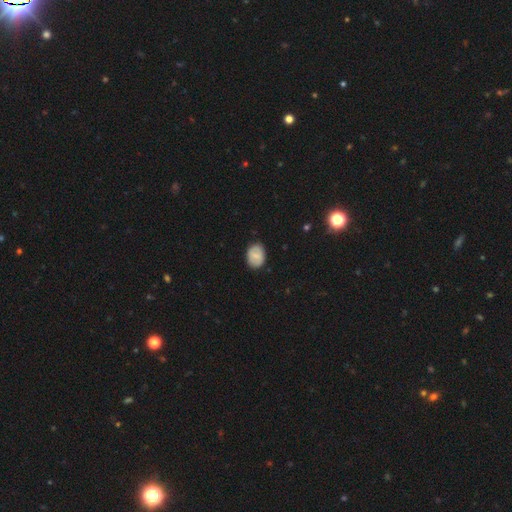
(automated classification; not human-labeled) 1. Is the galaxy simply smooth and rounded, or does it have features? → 66% smooth, 26% featured or disk, 8% star or artifact.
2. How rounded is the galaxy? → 70% in between, 29% round, 1% cigar-shaped.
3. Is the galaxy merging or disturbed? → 83% none, 13% minor disturbance, 3% major disturbance, 1% merger.